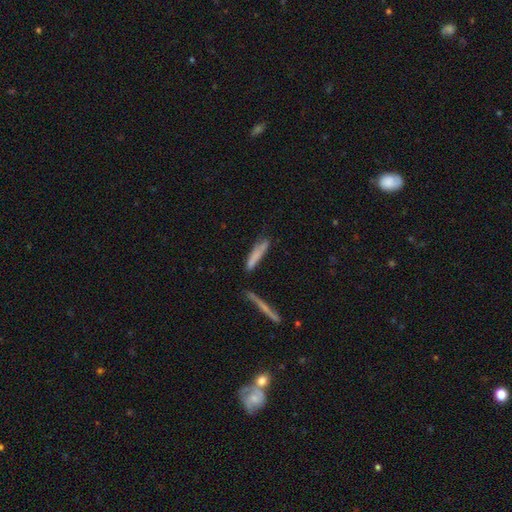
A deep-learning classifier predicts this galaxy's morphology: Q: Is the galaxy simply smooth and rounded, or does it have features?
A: smooth — 69%.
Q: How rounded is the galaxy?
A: cigar-shaped — 88%.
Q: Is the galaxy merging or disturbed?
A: none — 59%.